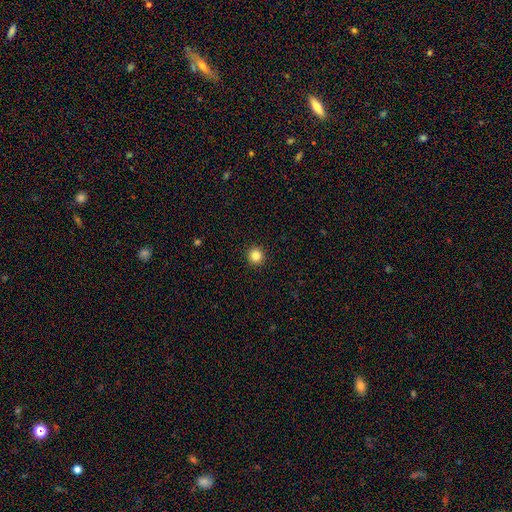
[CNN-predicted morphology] type=smooth (84%); roundness=round (95%); merging=none (94%).